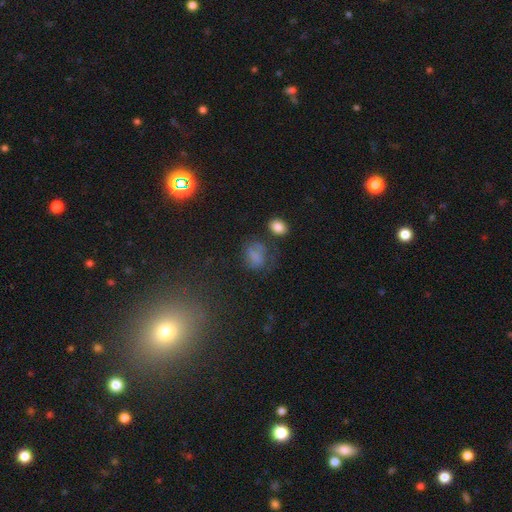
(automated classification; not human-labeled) smooth 66%, star or artifact 19%, featured or disk 15%. Down the decision tree: how rounded — in between (58%); merging — none (48%).